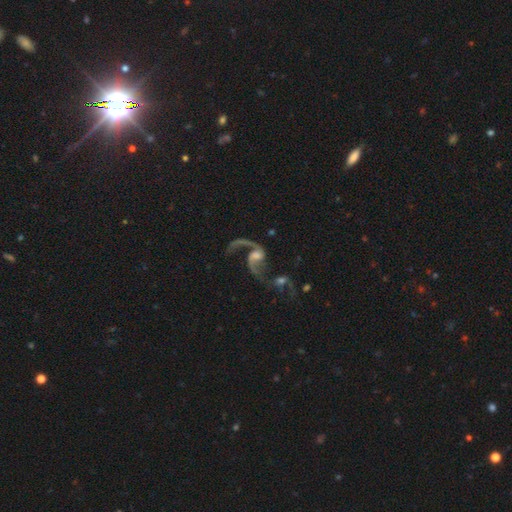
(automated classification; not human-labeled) Smooth or featured? Predicted: featured or disk (p=0.85). Edge-on disk? Predicted: no (p=0.97). Bar? Predicted: no (p=0.45). Spiral arms? Predicted: yes (p=0.93). Spiral winding? Predicted: loose (p=0.84). Spiral arm count? Predicted: 2 (p=0.82). Bulge size? Predicted: moderate (p=0.36). Merging? Predicted: merger (p=0.33).